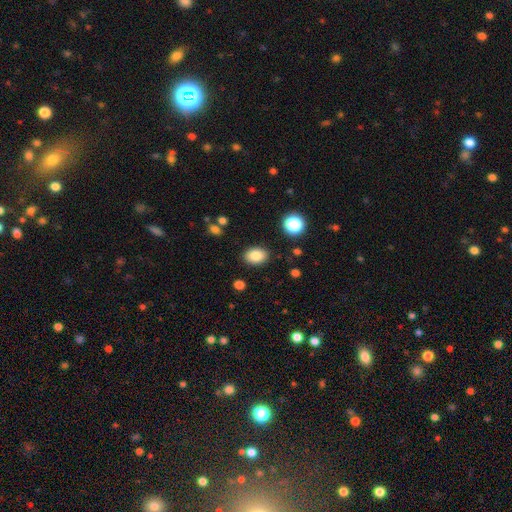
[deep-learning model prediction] A smooth galaxy with no disk features (85%) that is in between round and cigar-shaped (70%).

Vote fractions:
- Smooth or featured? smooth: 85% / star or artifact: 10% / featured or disk: 6%
- How rounded? in between: 70% / round: 29% / cigar-shaped: 1%
- Merging? none: 87% / minor disturbance: 8% / major disturbance: 3% / merger: 2%